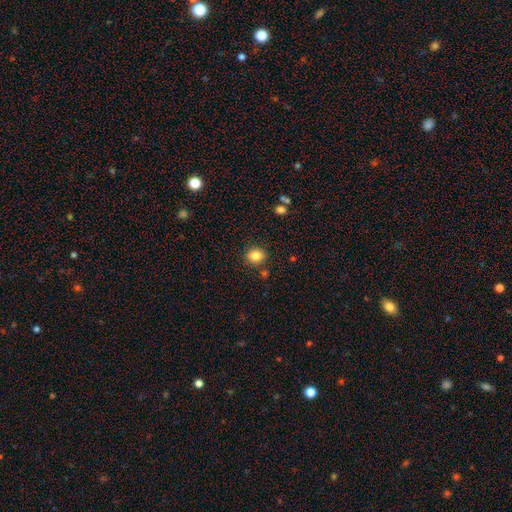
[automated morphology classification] type=smooth (85%); roundness=round (64%); merging=none (84%).